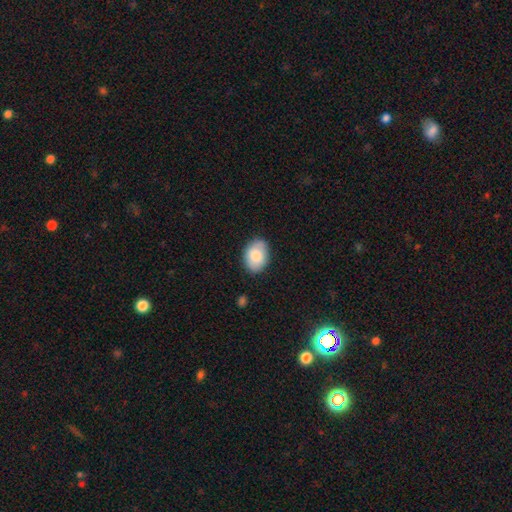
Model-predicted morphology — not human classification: Smooth or featured?
  - smooth: 83% *
  - featured or disk: 11%
  - star or artifact: 7%
How rounded?
  - in between: 77% *
  - round: 22%
  - cigar-shaped: 1%
Merging?
  - none: 83% *
  - minor disturbance: 13%
  - major disturbance: 2%
  - merger: 1%